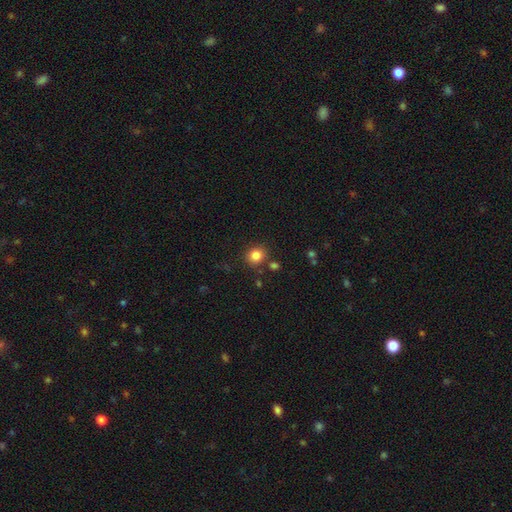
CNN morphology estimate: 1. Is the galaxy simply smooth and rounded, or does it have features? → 83% smooth, 12% star or artifact, 5% featured or disk.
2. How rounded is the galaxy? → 82% round, 17% in between, 1% cigar-shaped.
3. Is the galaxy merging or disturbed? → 84% none, 8% minor disturbance, 5% merger, 3% major disturbance.